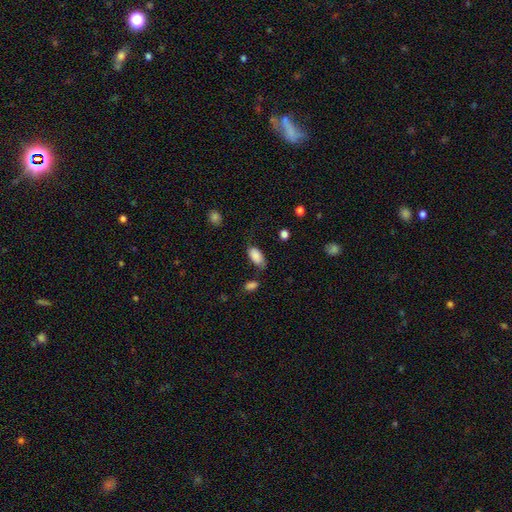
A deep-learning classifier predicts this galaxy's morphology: Smooth or featured: smooth — 83% (featured or disk — 9%)
How rounded: in between — 93% (cigar-shaped — 4%)
Merging: none — 55% (minor disturbance — 29%)